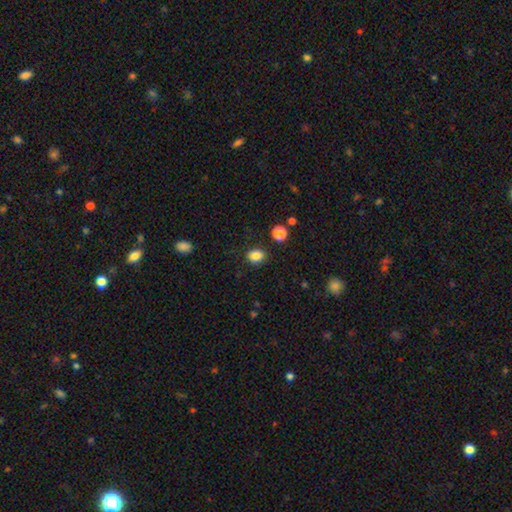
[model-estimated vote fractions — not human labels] This is clearly a smooth galaxy (85%). How rounded: possibly round (58%). Merging: clearly none (86%).